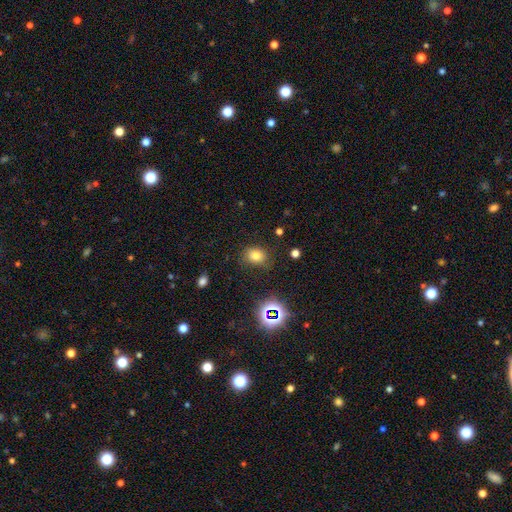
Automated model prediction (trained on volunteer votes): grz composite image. It shows a smooth galaxy with no disk features (73%) that is round (51%). Merging: none (78%).